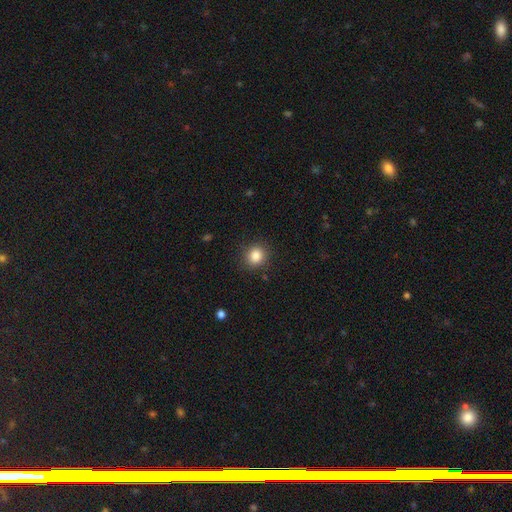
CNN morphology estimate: Smooth or featured? smooth (85%)
How rounded? round (81%)
Merging? none (87%)